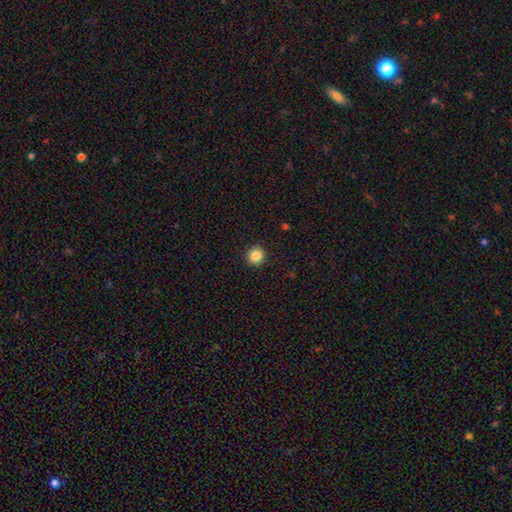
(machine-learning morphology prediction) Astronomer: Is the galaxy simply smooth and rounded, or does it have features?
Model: smooth — 85%.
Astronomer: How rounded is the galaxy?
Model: round — 92%.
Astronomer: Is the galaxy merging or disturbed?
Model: none — 93%.